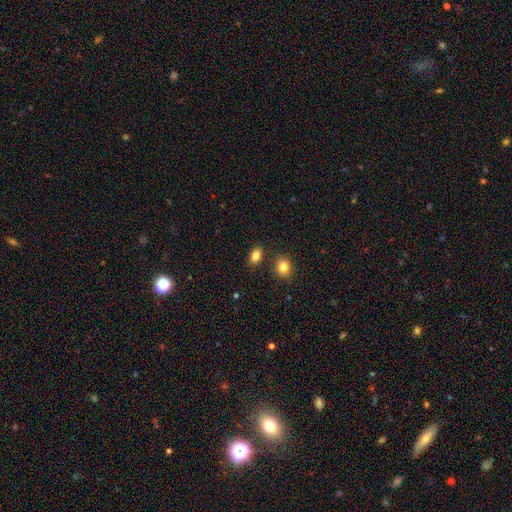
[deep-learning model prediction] smooth 84%, star or artifact 10%, featured or disk 5%. Down the decision tree: how rounded — in between (73%); merging — none (80%).